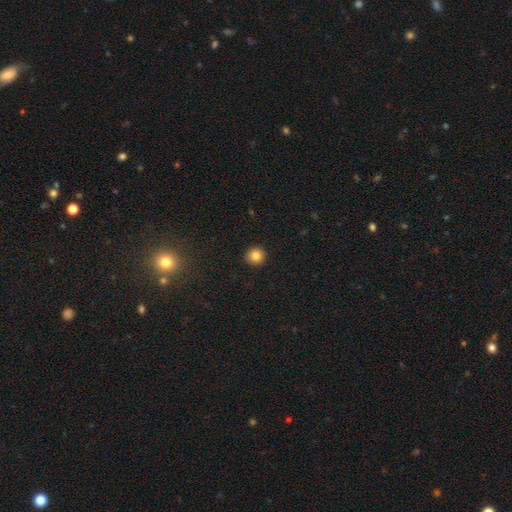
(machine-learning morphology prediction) This appears to be a smooth galaxy with no disk features (83%) that is round (92%). Merging: none (92%).